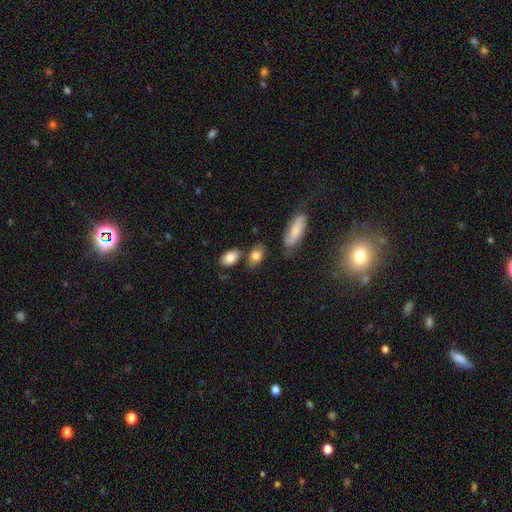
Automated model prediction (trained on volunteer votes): A smooth galaxy with no disk features (81%) that is in between round and cigar-shaped (85%). Merging: none (63%).